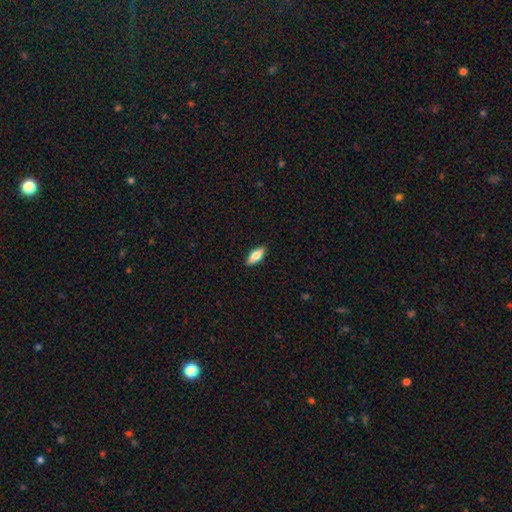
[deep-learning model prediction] smooth_or_featured: smooth (p=0.73) [alt: featured or disk p=0.21]
how_rounded: in between (p=0.73) [alt: cigar-shaped p=0.24]
merging: none (p=0.89) [alt: minor disturbance p=0.08]